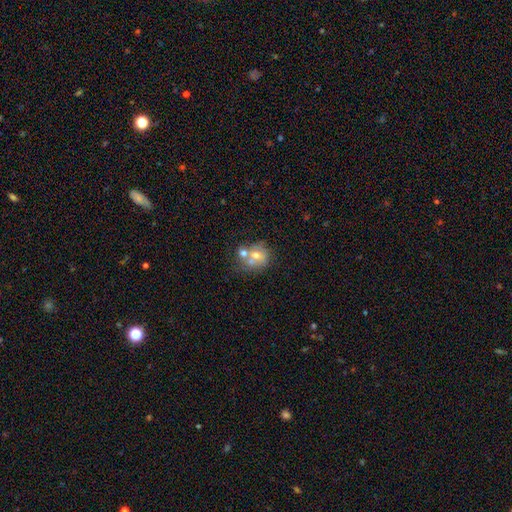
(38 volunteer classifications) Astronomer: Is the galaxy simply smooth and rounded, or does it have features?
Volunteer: smooth — 71%.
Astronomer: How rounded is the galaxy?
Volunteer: round — 52% (runner-up: in between, 48%).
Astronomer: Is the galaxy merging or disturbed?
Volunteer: merger — 53% (runner-up: none, 36%).